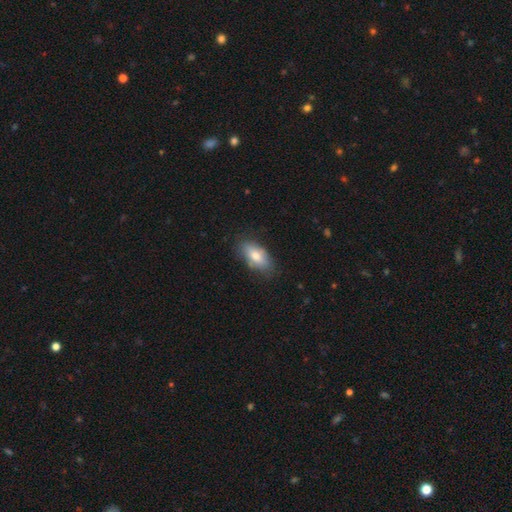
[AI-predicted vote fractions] This is likely a smooth galaxy (77%). How rounded: clearly in between (89%). Merging: likely none (78%).